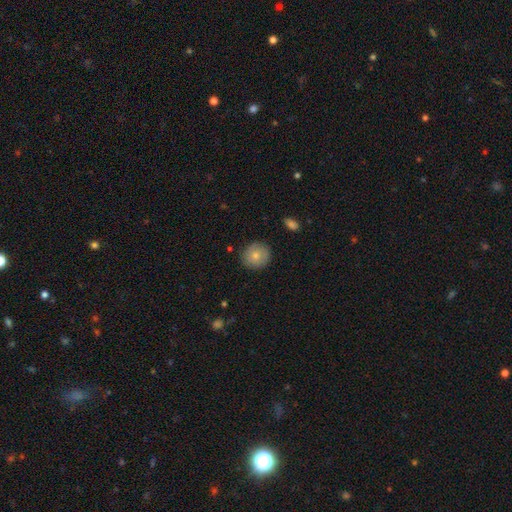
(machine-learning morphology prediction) A smooth galaxy with no disk features (75%) that is round (88%).

Vote fractions:
- Smooth or featured? smooth: 75% / featured or disk: 17% / star or artifact: 8%
- How rounded? round: 88% / in between: 11% / cigar-shaped: 1%
- Merging? none: 85% / minor disturbance: 11% / major disturbance: 2% / merger: 1%